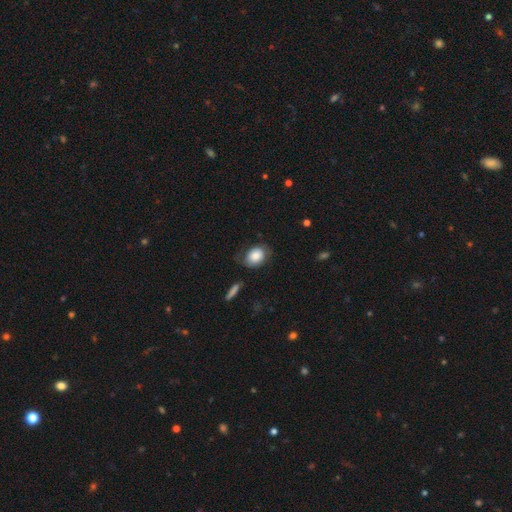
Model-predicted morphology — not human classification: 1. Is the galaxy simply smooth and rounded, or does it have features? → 75% smooth, 18% featured or disk, 8% star or artifact.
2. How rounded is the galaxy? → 63% in between, 36% round, 1% cigar-shaped.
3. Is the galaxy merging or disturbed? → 60% none, 24% minor disturbance, 13% major disturbance, 2% merger.